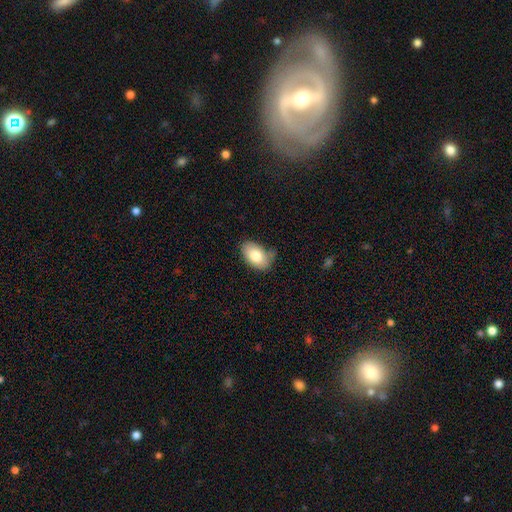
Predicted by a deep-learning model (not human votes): A smooth galaxy with no disk features (79%) that is in between round and cigar-shaped (92%). Merging: none (65%).